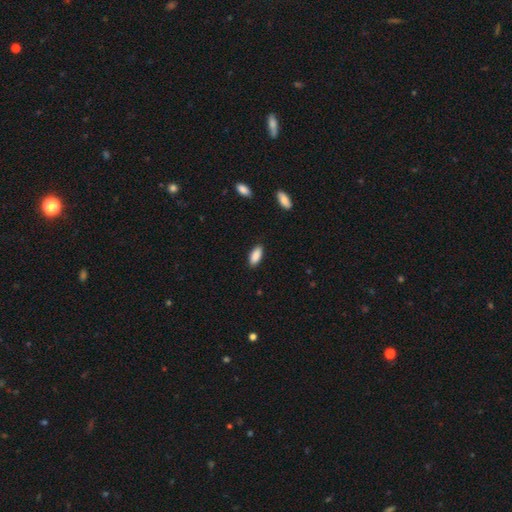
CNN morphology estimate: This is clearly a smooth galaxy (90%). How rounded: clearly in between (85%). Merging: clearly none (87%).